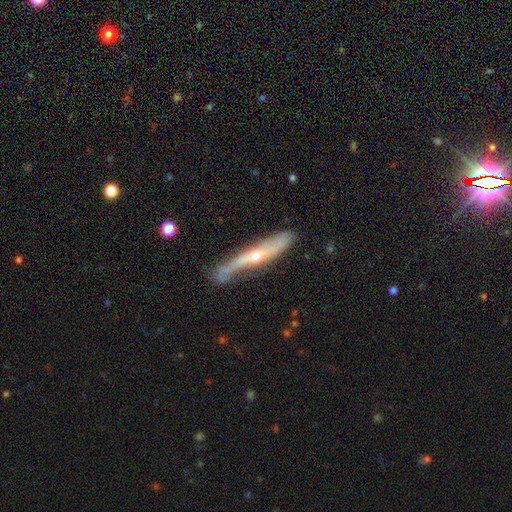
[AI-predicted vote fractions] A featured or disk galaxy (72%) viewed edge-on (74%) with a rounded central bulge (84%).

Vote fractions:
- Smooth or featured? featured or disk: 72% / smooth: 22% / star or artifact: 6%
- Edge-on disk? yes: 74% / no: 26%
- Edge-on bulge? rounded: 84% / none: 13% / boxy: 3%
- Merging? none: 58% / minor disturbance: 28% / major disturbance: 10% / merger: 4%